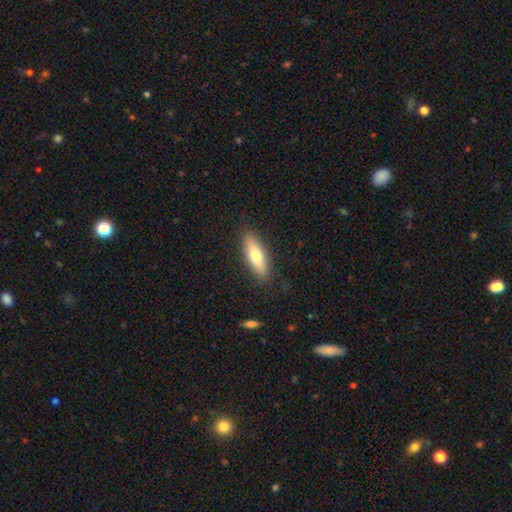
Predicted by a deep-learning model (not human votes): Overall: smooth (68%). How rounded: cigar-shaped (50%; in between 48%). Merging: none (87%).